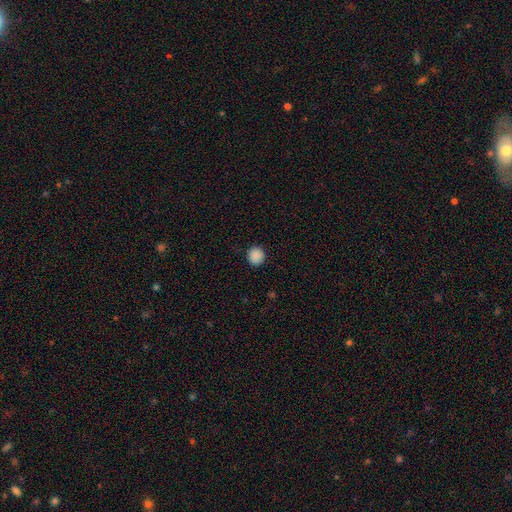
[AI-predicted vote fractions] smooth_or_featured: smooth (p=0.89) [alt: star or artifact p=0.09]
how_rounded: round (p=0.90) [alt: in between p=0.09]
merging: none (p=0.91) [alt: minor disturbance p=0.06]